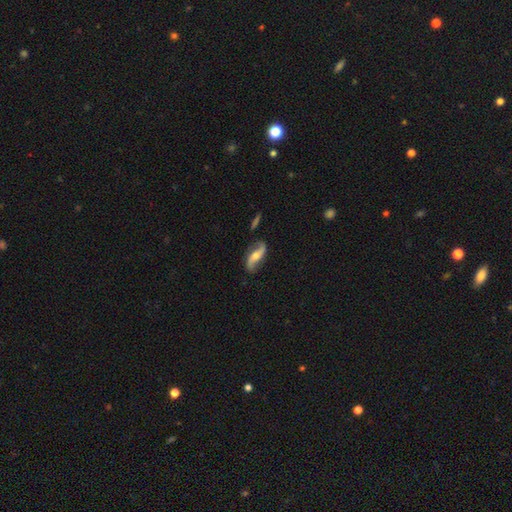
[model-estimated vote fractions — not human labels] Smooth or featured?
  - featured or disk: 82% *
  - smooth: 13%
  - star or artifact: 5%
Edge-on disk?
  - no: 91% *
  - yes: 9%
Bar?
  - no: 42% *
  - weak: 31%
  - strong: 27%
Spiral arms?
  - yes: 94% *
  - no: 6%
Spiral winding?
  - loose: 79% *
  - medium: 15%
  - tight: 6%
Spiral arm count?
  - 2: 93% *
  - can't tell: 2%
  - 1: 2%
  - 3: 1%
  - 4: 1%
  - more than 4: 1%
Bulge size?
  - moderate: 62% *
  - small: 29%
  - large: 5%
  - none: 2%
  - dominant: 1%
Merging?
  - none: 78% *
  - minor disturbance: 15%
  - major disturbance: 5%
  - merger: 3%